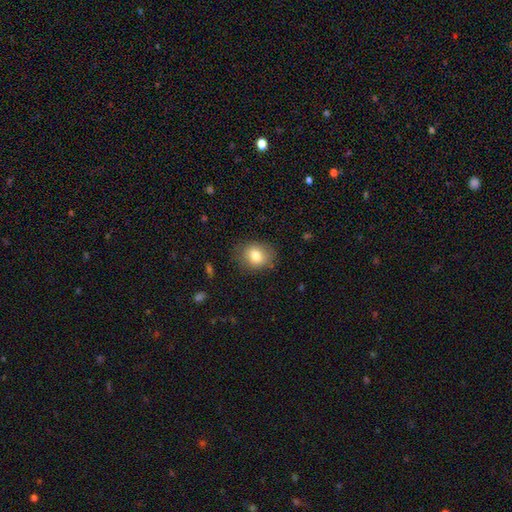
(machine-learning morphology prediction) Overall: smooth (79%). How rounded: round (60%; in between 39%). Merging: none (80%).